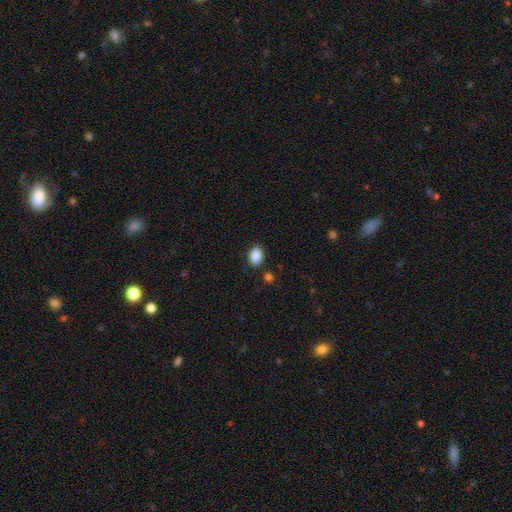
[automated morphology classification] The model was most divided on "how rounded": in between: 74%, round: 25%, cigar-shaped: 1%. More confident: smooth or featured — smooth (89%); merging — none (85%).